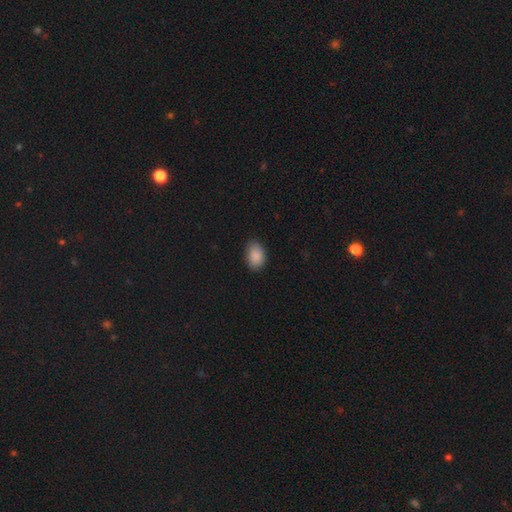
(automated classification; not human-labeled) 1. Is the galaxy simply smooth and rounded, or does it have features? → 88% smooth, 7% star or artifact, 5% featured or disk.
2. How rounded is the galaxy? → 84% in between, 15% round, 1% cigar-shaped.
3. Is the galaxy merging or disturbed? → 84% none, 12% minor disturbance, 2% major disturbance, 1% merger.